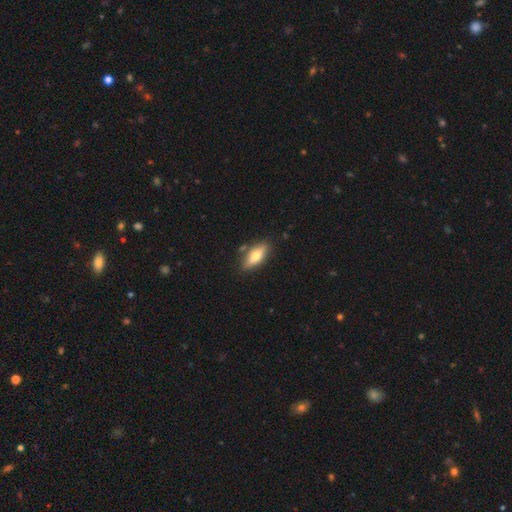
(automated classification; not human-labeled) Smooth or featured?
  - smooth: 59% *
  - featured or disk: 35%
  - star or artifact: 6%
How rounded?
  - in between: 59% *
  - cigar-shaped: 38%
  - round: 3%
Merging?
  - none: 80% *
  - minor disturbance: 12%
  - merger: 5%
  - major disturbance: 3%